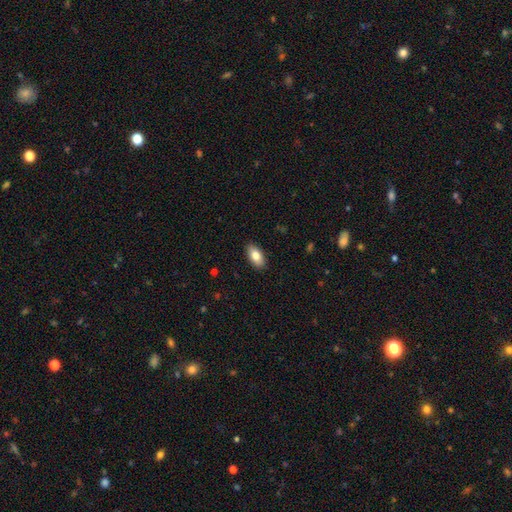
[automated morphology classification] The model was most divided on "smooth or featured": smooth: 82%, featured or disk: 12%, star or artifact: 7%. More confident: how rounded — in between (92%); merging — none (90%).